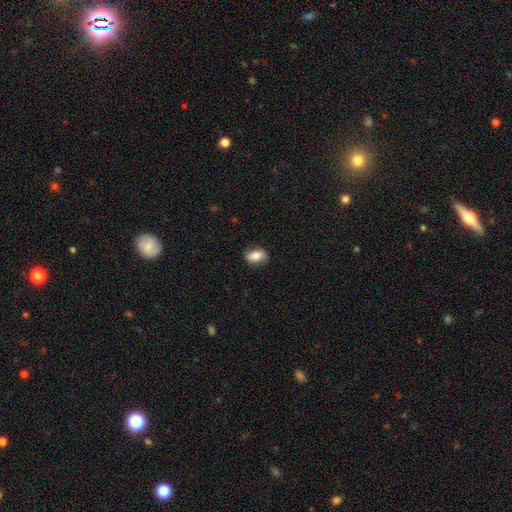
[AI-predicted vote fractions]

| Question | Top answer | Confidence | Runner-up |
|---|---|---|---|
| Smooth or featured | smooth | 74% | featured or disk (18%) |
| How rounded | in between | 79% | round (18%) |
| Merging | none | 81% | minor disturbance (14%) |